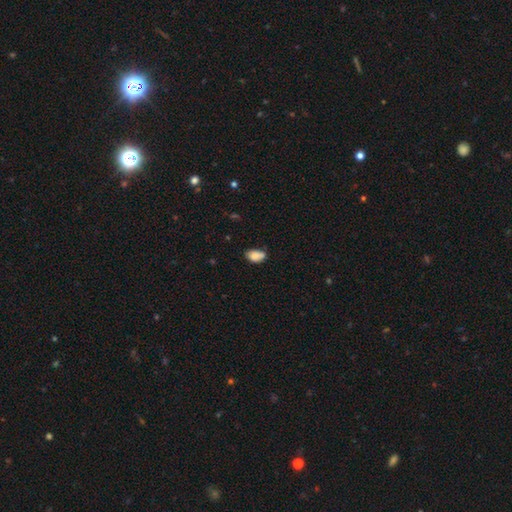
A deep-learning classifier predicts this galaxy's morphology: This appears to be a smooth galaxy with no disk features (83%) that is in between round and cigar-shaped (89%). Merging: none (54%).